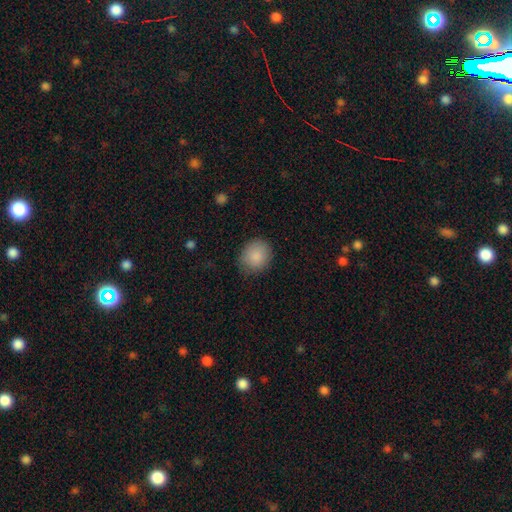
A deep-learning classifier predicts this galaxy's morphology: Smooth or featured?
  - smooth: 88% *
  - star or artifact: 7%
  - featured or disk: 5%
How rounded?
  - round: 69% *
  - in between: 30%
  - cigar-shaped: 1%
Merging?
  - none: 78% *
  - minor disturbance: 17%
  - major disturbance: 4%
  - merger: 1%